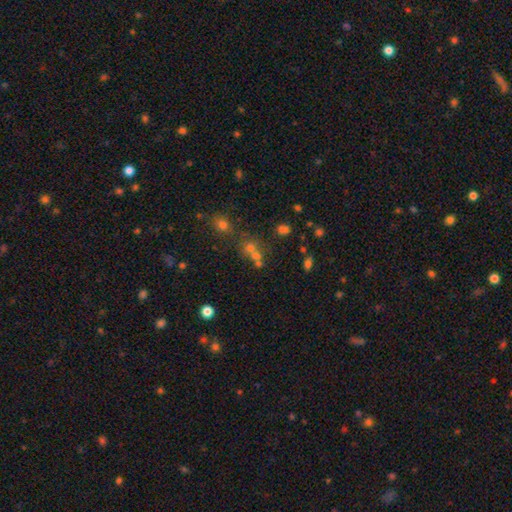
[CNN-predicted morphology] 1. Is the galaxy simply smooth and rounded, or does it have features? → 46% smooth, 39% star or artifact, 15% featured or disk.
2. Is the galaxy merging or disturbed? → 49% none, 38% merger, 8% minor disturbance, 5% major disturbance.